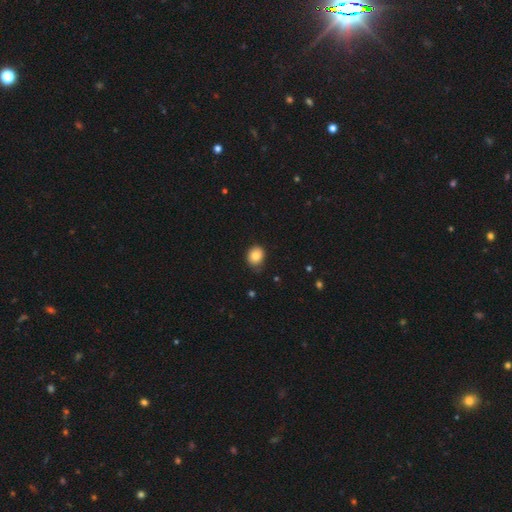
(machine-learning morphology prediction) Smooth or featured?
  - smooth: 83% *
  - star or artifact: 9%
  - featured or disk: 7%
How rounded?
  - round: 61% *
  - in between: 38%
  - cigar-shaped: 1%
Merging?
  - none: 74% *
  - minor disturbance: 21%
  - major disturbance: 4%
  - merger: 1%